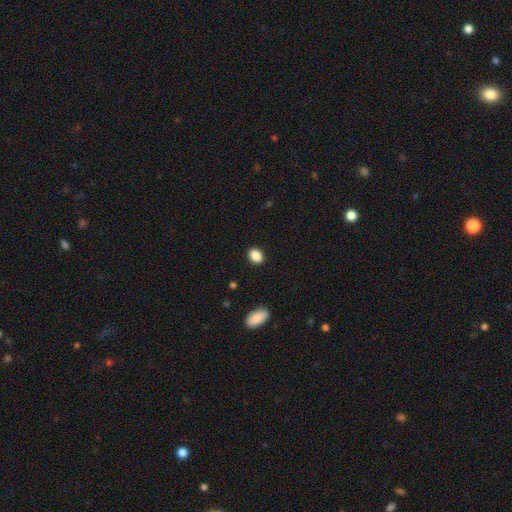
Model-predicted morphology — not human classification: Q: Smooth or featured?
A: smooth (88%); runner-up: star or artifact (9%)
Q: How rounded?
A: in between (64%); runner-up: round (35%)
Q: Merging?
A: none (90%); runner-up: minor disturbance (7%)